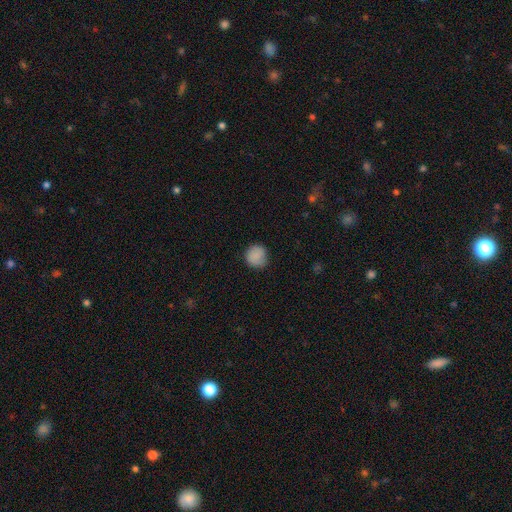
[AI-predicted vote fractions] Smooth or featured: smooth — 86% (star or artifact — 9%)
How rounded: round — 91% (in between — 8%)
Merging: none — 81% (minor disturbance — 15%)